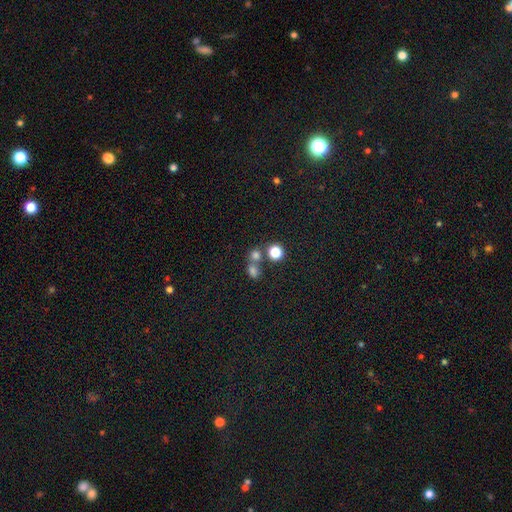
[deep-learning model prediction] smooth_or_featured: smooth (p=0.73) [alt: star or artifact p=0.18]
how_rounded: round (p=0.80) [alt: in between p=0.19]
merging: none (p=0.50) [alt: merger p=0.39]